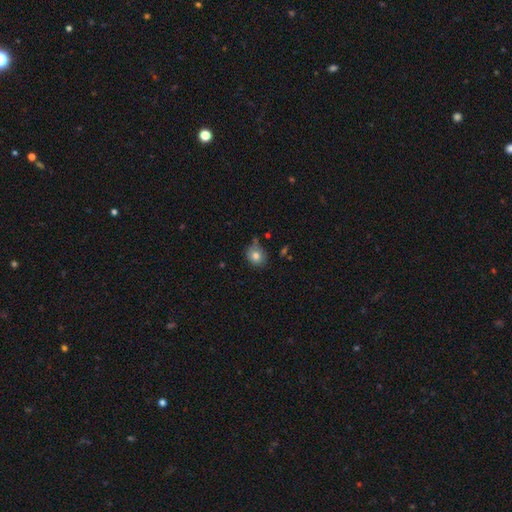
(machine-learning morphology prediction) Q: Smooth or featured?
A: smooth (80%); runner-up: star or artifact (10%)
Q: How rounded?
A: round (74%); runner-up: in between (25%)
Q: Merging?
A: none (64%); runner-up: minor disturbance (25%)